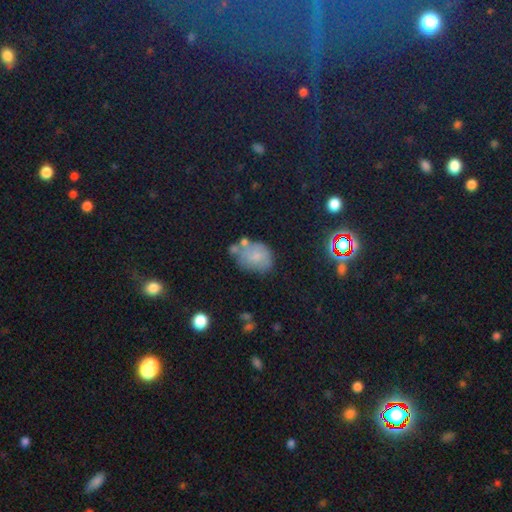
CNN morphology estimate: Smooth or featured? smooth (63%)
How rounded? in between (53%)
Merging? none (44%)